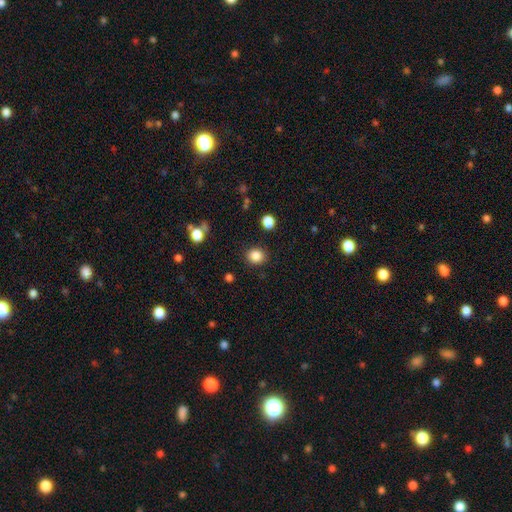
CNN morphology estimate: This is clearly a smooth galaxy (86%). How rounded: likely round (77%). Merging: clearly none (88%).